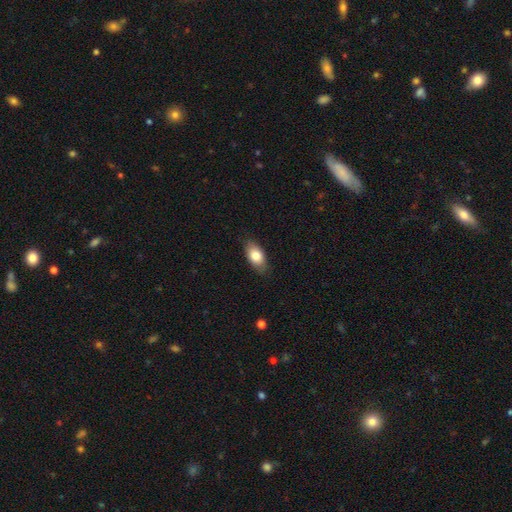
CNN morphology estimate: smooth_or_featured: smooth (p=0.79) [alt: featured or disk p=0.14]
how_rounded: in between (p=0.90) [alt: cigar-shaped p=0.05]
merging: none (p=0.84) [alt: minor disturbance p=0.13]